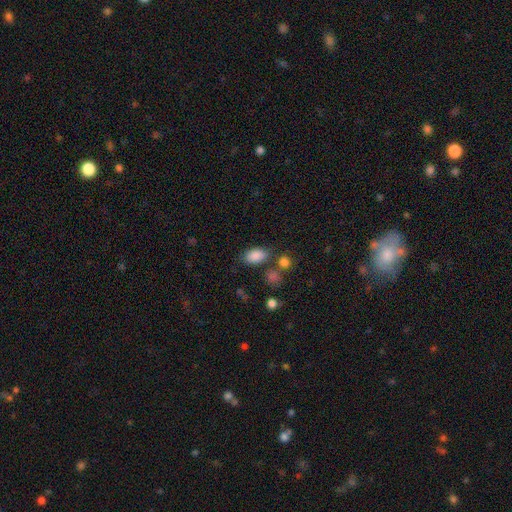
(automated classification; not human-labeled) A smooth galaxy with no disk features (86%) that is in between round and cigar-shaped (90%).

Vote fractions:
- Smooth or featured? smooth: 86% / star or artifact: 9% / featured or disk: 5%
- How rounded? in between: 90% / round: 8% / cigar-shaped: 2%
- Merging? none: 71% / minor disturbance: 14% / merger: 10% / major disturbance: 5%